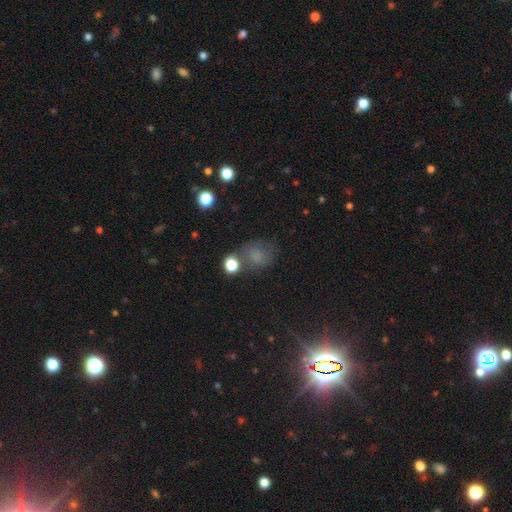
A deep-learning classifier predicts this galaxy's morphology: Smooth or featured: smooth — 60% (star or artifact — 26%)
How rounded: round — 61% (in between — 37%)
Merging: none — 60% (minor disturbance — 20%)